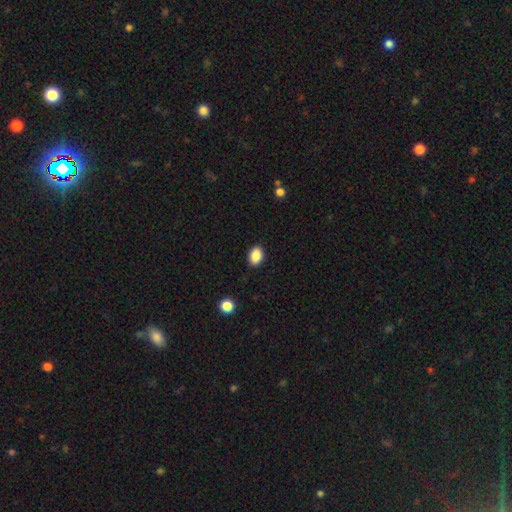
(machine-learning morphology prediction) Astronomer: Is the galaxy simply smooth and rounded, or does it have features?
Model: smooth — 88%.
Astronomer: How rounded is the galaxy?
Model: in between — 81%.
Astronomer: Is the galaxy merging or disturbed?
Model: none — 88%.